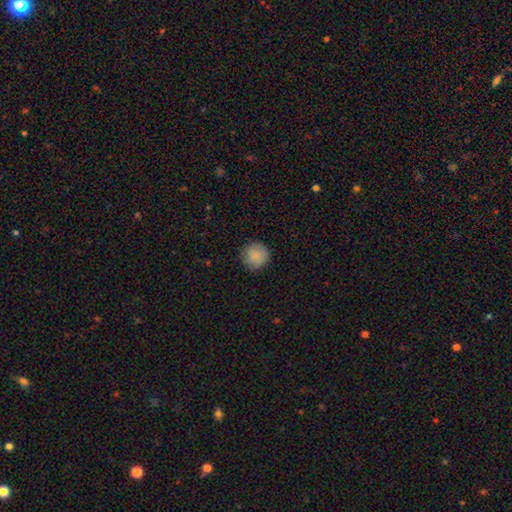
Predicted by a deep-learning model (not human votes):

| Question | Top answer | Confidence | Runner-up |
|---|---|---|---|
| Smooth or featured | smooth | 87% | star or artifact (8%) |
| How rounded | round | 95% | in between (4%) |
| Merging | none | 88% | minor disturbance (9%) |